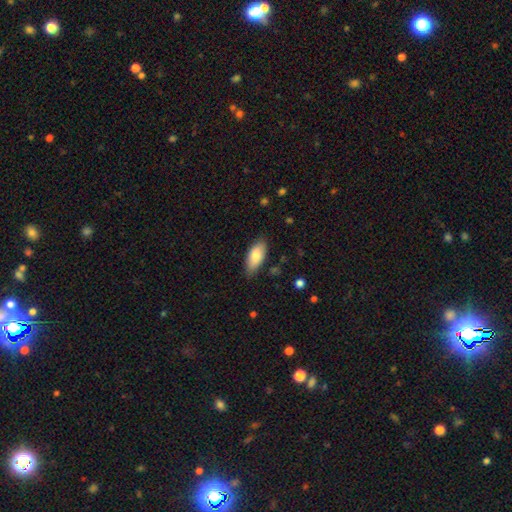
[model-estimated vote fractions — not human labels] A smooth galaxy with no disk features (80%) that is in between round and cigar-shaped (87%).

Vote fractions:
- Smooth or featured? smooth: 80% / featured or disk: 14% / star or artifact: 6%
- How rounded? in between: 87% / cigar-shaped: 11% / round: 2%
- Merging? none: 82% / minor disturbance: 14% / major disturbance: 2% / merger: 1%